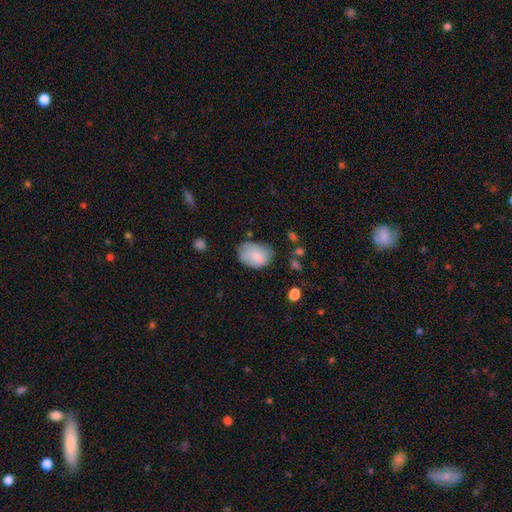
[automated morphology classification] Smooth or featured: smooth — 81% (featured or disk — 12%)
How rounded: in between — 77% (round — 22%)
Merging: none — 61% (minor disturbance — 29%)